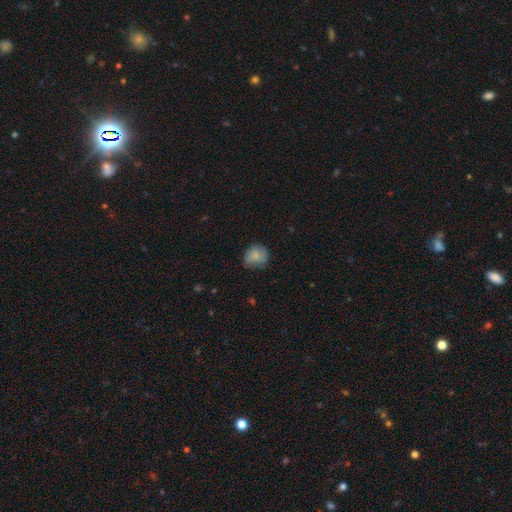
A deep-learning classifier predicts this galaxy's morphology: This is likely a smooth galaxy (78%). How rounded: likely round (75%). Merging: likely none (67%).